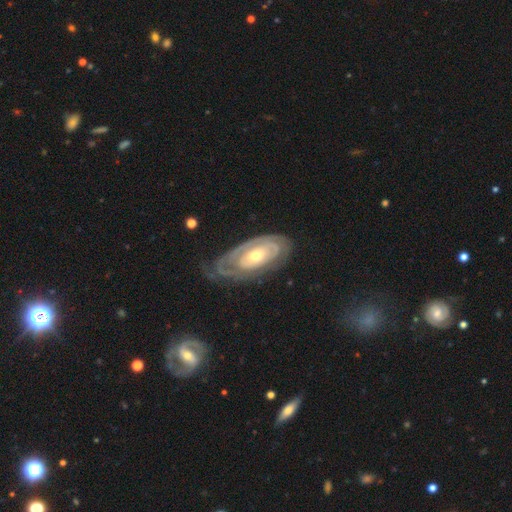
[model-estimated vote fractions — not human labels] Smooth or featured? Predicted: featured or disk (p=0.81). Edge-on disk? Predicted: no (p=0.93). Bar? Predicted: no (p=0.76). Spiral arms? Predicted: yes (p=0.81). Spiral winding? Predicted: tight (p=0.77). Spiral arm count? Predicted: can't tell (p=0.43). Bulge size? Predicted: moderate (p=0.55). Merging? Predicted: none (p=0.60).